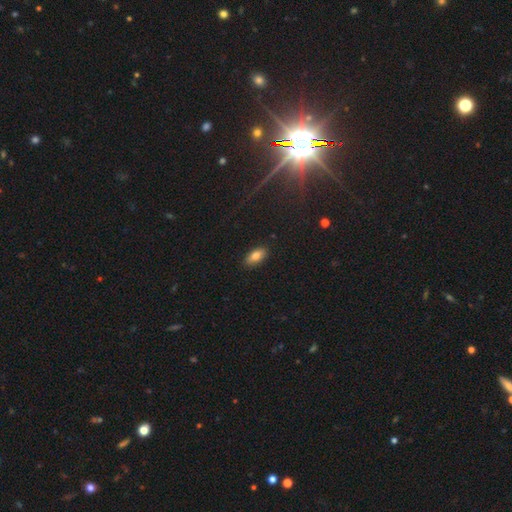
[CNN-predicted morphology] Smooth or featured: smooth — 81% (featured or disk — 11%)
How rounded: in between — 89% (cigar-shaped — 9%)
Merging: none — 88% (minor disturbance — 9%)